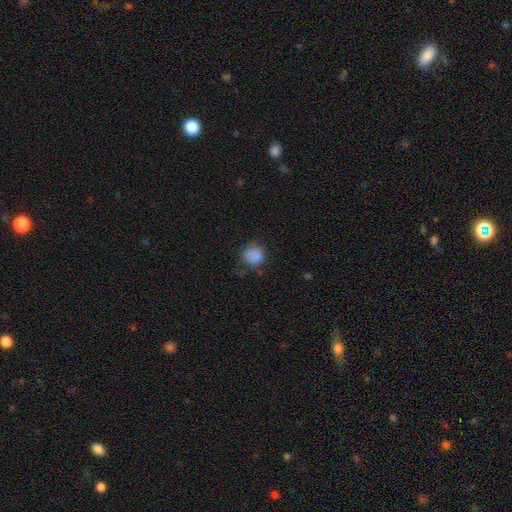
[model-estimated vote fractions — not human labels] The model was most divided on "merging": none: 70%, minor disturbance: 21%, major disturbance: 6%, merger: 2%. More confident: smooth or featured — smooth (86%); how rounded — round (85%).